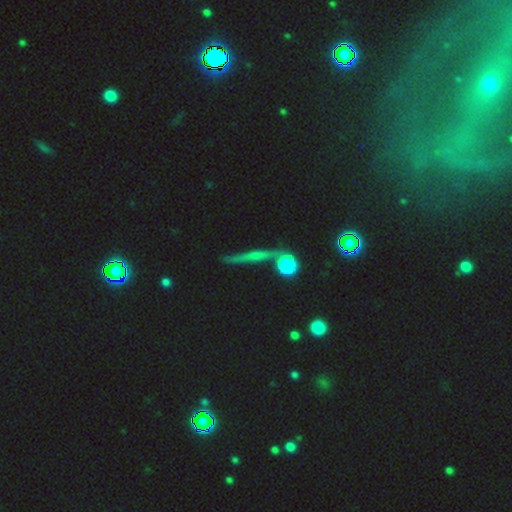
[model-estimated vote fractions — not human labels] Smooth or featured? featured or disk (45%)
Merging? none (73%)